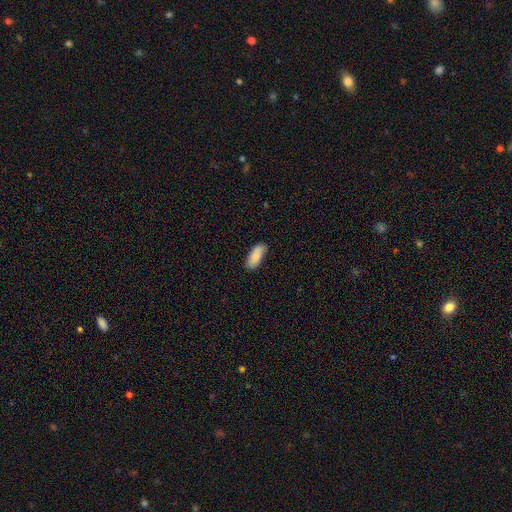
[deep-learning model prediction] Overall: smooth (86%). How rounded: in between (81%). Merging: none (83%).